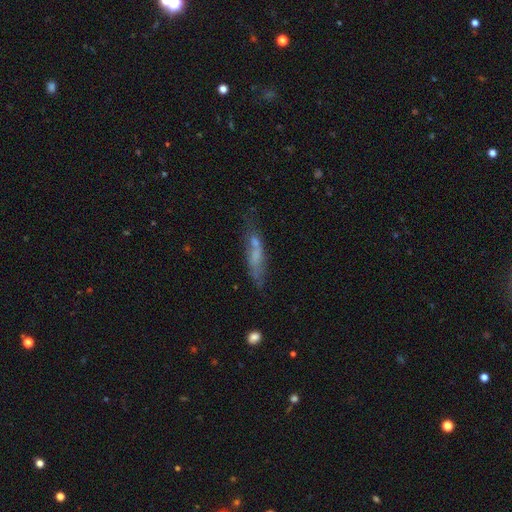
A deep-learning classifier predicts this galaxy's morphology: smooth_or_featured: smooth (p=0.49) [alt: featured or disk p=0.41]
merging: none (p=0.51) [alt: minor disturbance p=0.22]